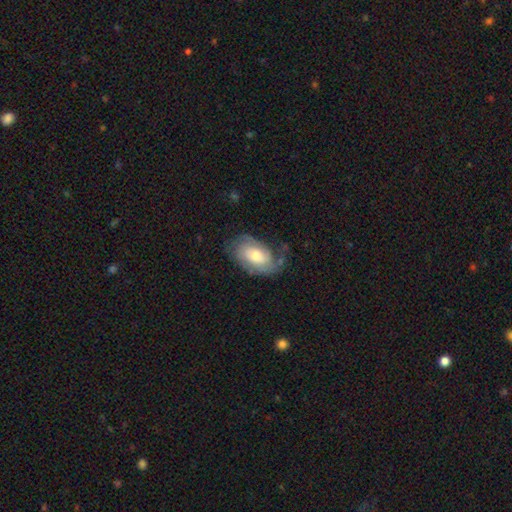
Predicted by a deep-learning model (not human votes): This appears to be a featured or disk galaxy (68%) with no bar (67%), 2 (56%) tight (45%) spiral arms (89%) and a moderate central bulge (53%). Merging: none (60%).